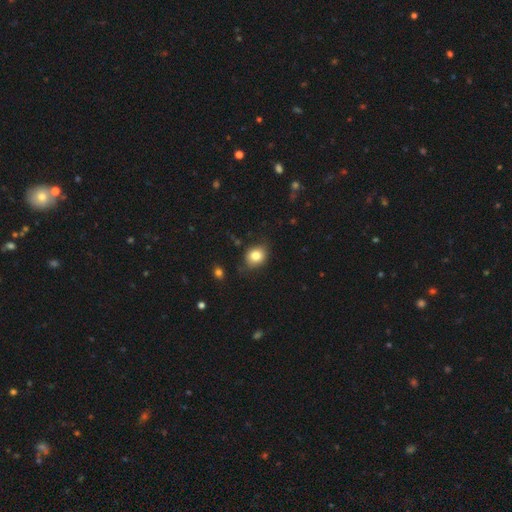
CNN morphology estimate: A smooth galaxy with no disk features (81%) that is round (57%). Merging: none (77%).